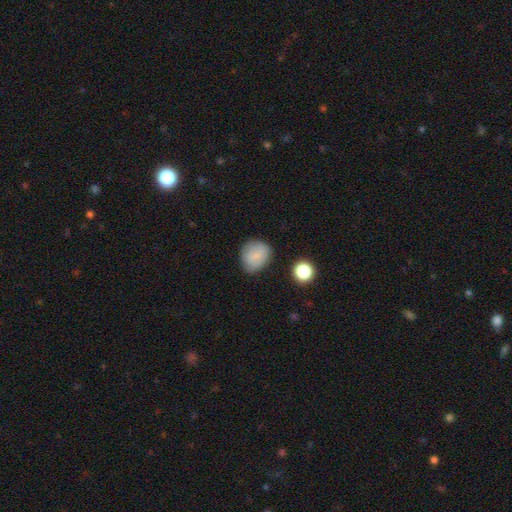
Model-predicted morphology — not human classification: A smooth galaxy with no disk features (80%) that is round (63%). Merging: none (72%).